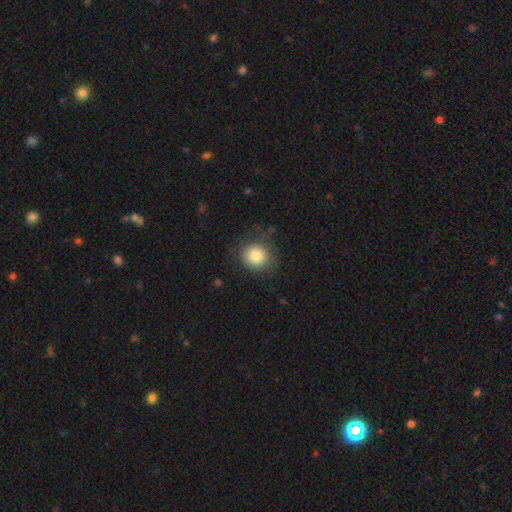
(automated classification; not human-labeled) A smooth galaxy with no disk features (82%) that is round (87%). Merging: none (80%).